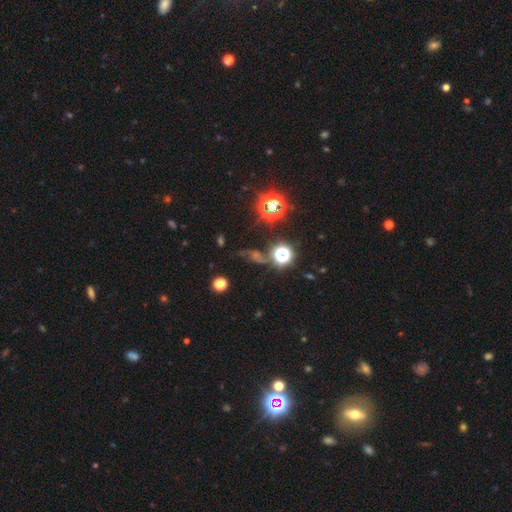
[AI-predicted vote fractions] A star or artifact, not a galaxy (67%).

Vote fractions:
- Smooth or featured? star or artifact: 67% / smooth: 22% / featured or disk: 11%